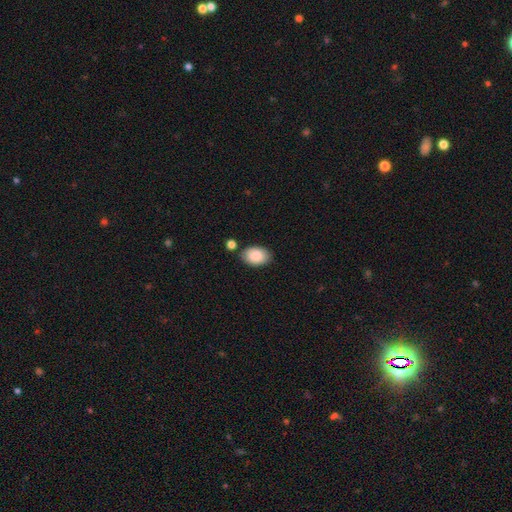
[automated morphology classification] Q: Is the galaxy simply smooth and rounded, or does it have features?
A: smooth — 89%.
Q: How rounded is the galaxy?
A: in between — 89%.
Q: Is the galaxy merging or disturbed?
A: none — 77%.